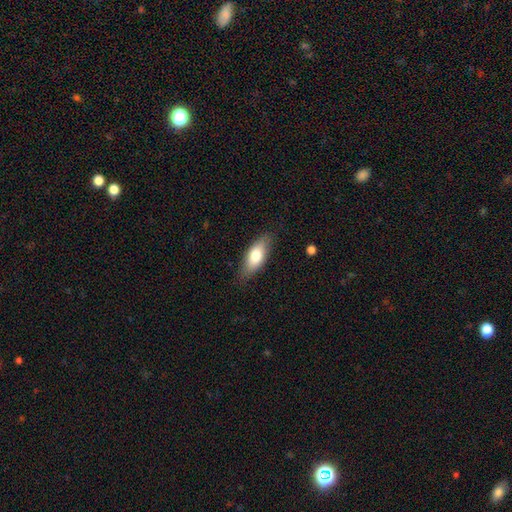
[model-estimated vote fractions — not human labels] smooth_or_featured: smooth (p=0.73) [alt: featured or disk p=0.21]
how_rounded: in between (p=0.76) [alt: cigar-shaped p=0.22]
merging: none (p=0.81) [alt: minor disturbance p=0.15]